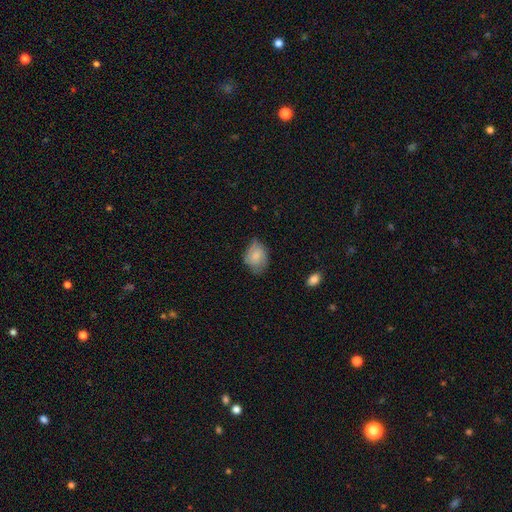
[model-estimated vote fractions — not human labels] Q: Smooth or featured?
A: smooth (66%); runner-up: featured or disk (26%)
Q: How rounded?
A: in between (65%); runner-up: round (34%)
Q: Merging?
A: none (56%); runner-up: minor disturbance (33%)